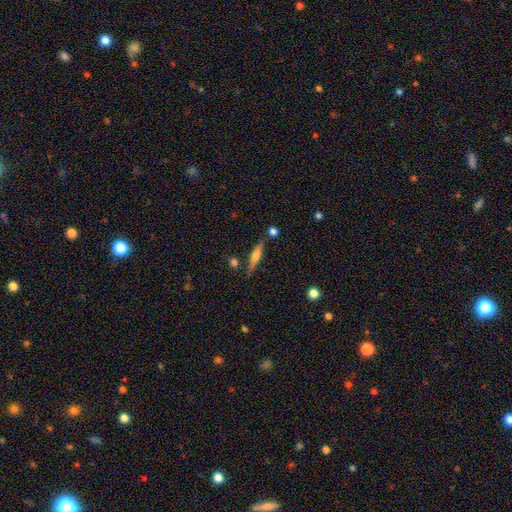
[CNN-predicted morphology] Q: Smooth or featured?
A: featured or disk (54%); runner-up: smooth (39%)
Q: Edge-on disk?
A: yes (95%); runner-up: no (5%)
Q: Edge-on bulge?
A: rounded (85%); runner-up: boxy (8%)
Q: Merging?
A: none (79%); runner-up: minor disturbance (12%)